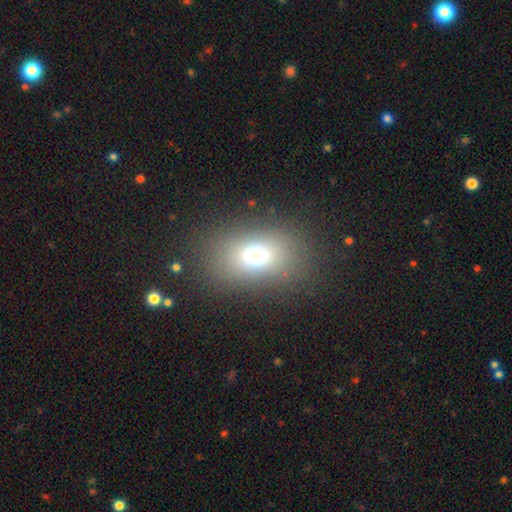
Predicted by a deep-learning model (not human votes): Smooth or featured? Predicted: smooth (p=0.68). How rounded? Predicted: in between (p=0.67). Merging? Predicted: none (p=0.83).